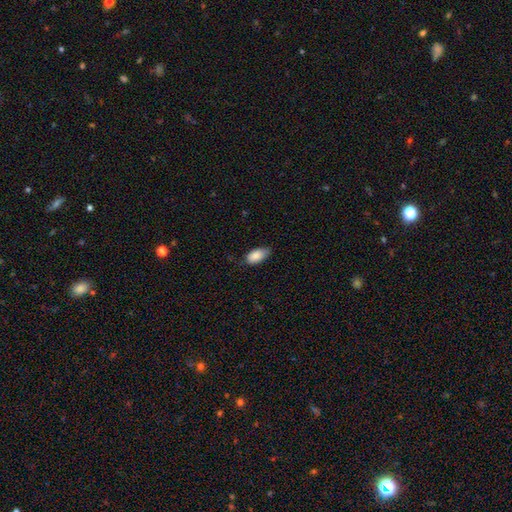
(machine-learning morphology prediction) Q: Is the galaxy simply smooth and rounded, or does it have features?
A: smooth — 87%.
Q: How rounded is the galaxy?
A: in between — 94%.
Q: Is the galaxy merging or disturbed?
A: none — 65%.